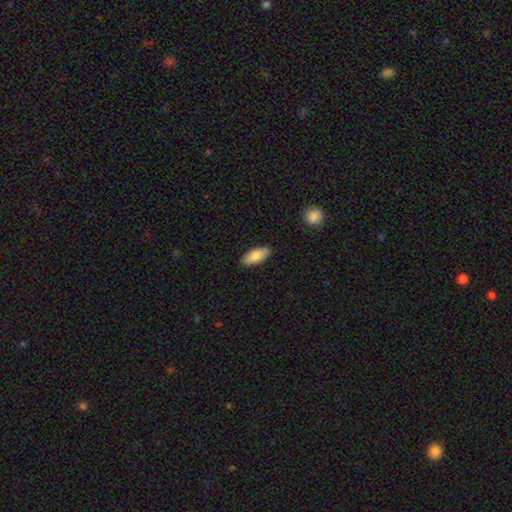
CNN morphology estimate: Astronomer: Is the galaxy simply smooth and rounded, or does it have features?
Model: smooth — 84%.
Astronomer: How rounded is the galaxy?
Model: in between — 83%.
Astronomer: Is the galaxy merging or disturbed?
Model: none — 87%.